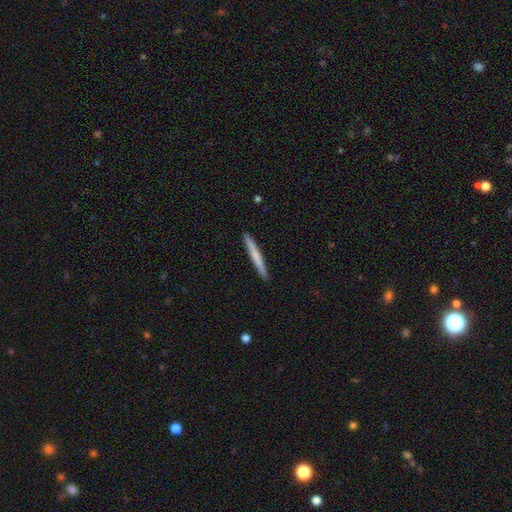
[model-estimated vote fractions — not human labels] Morphology: type=smooth (63%); roundness=cigar-shaped (97%); merging=none (92%).